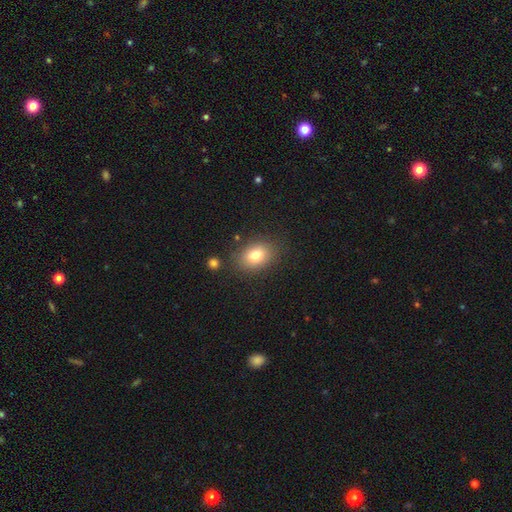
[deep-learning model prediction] This appears to be a smooth galaxy with no disk features (79%) that is in between round and cigar-shaped (67%). Merging: none (81%).